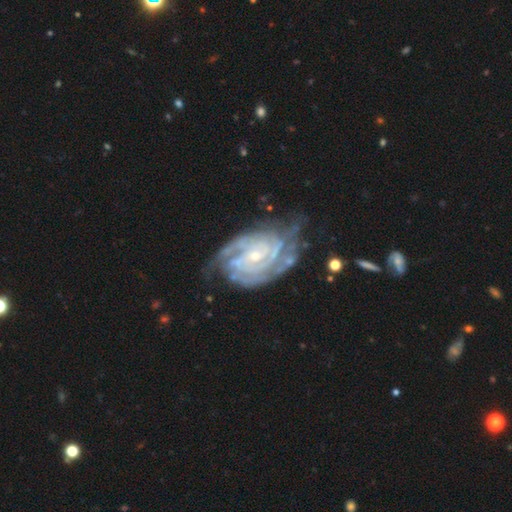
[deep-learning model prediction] smooth-or-featured: featured or disk: 91% | star or artifact: 5% | smooth: 4%
  disk-edge-on: no: 97% | yes: 3%
    bar: no: 57% | weak: 31% | strong: 12%
    has-spiral-arms: yes: 98% | no: 2%
      spiral-winding: tight: 74% | medium: 23% | loose: 3%
      spiral-arm-count: 2: 29% | 3: 24% | can't tell: 19% | 4: 15% | more than 4: 7% | 1: 6%
    bulge-size: small: 74% | moderate: 22% | none: 2% | large: 1% | dominant: 1%
  merging: none: 62% | minor disturbance: 24% | major disturbance: 11% | merger: 3%